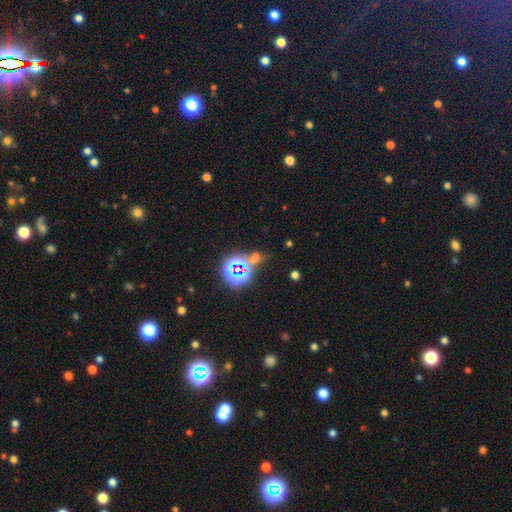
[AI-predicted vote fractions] A star or artifact, not a galaxy (67%).